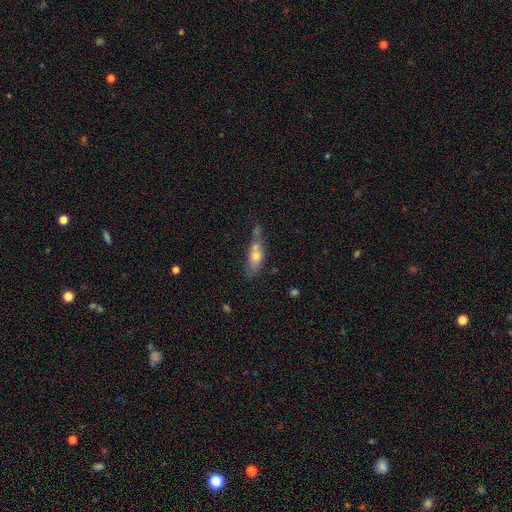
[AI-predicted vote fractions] Morphology: type=smooth (49%); merging=none (40%).